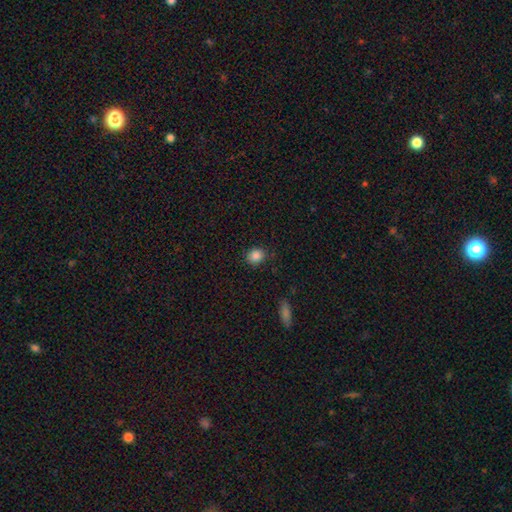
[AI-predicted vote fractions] A smooth galaxy with no disk features (86%) that is round (75%).

Vote fractions:
- Smooth or featured? smooth: 86% / star or artifact: 10% / featured or disk: 4%
- How rounded? round: 75% / in between: 24% / cigar-shaped: 1%
- Merging? none: 86% / minor disturbance: 10% / major disturbance: 3% / merger: 1%